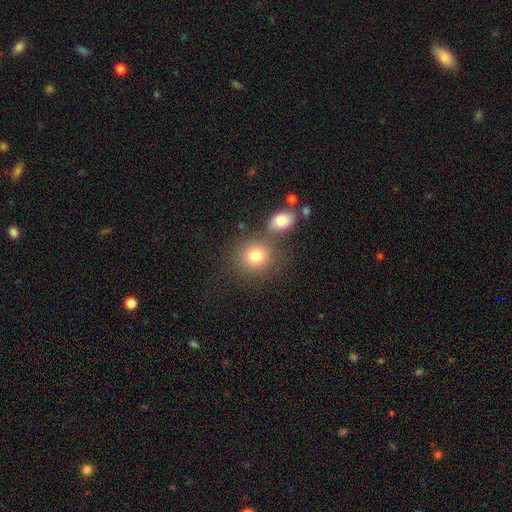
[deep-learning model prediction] Overall: smooth (79%). How rounded: round (79%). Merging: none (64%).